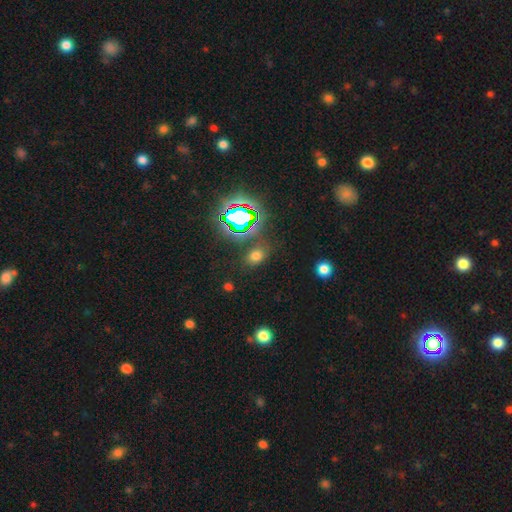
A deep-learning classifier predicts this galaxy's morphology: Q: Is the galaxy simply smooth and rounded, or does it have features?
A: smooth — 59%.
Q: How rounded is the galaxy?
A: in between — 67%.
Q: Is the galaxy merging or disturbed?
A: none — 80%.